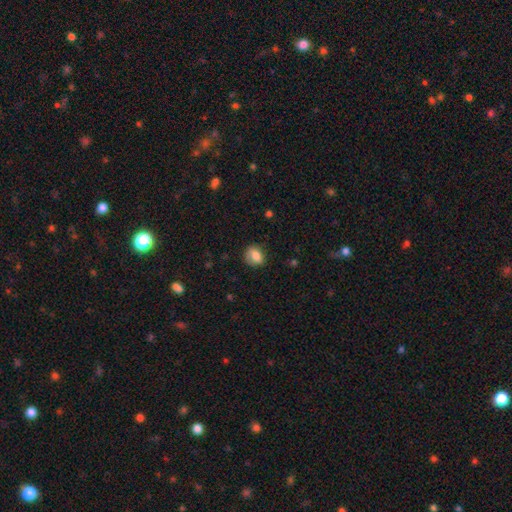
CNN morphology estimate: A smooth galaxy with no disk features (79%) that is round (52%).

Vote fractions:
- Smooth or featured? smooth: 79% / featured or disk: 13% / star or artifact: 8%
- How rounded? round: 52% / in between: 47% / cigar-shaped: 1%
- Merging? none: 69% / minor disturbance: 22% / major disturbance: 7% / merger: 1%